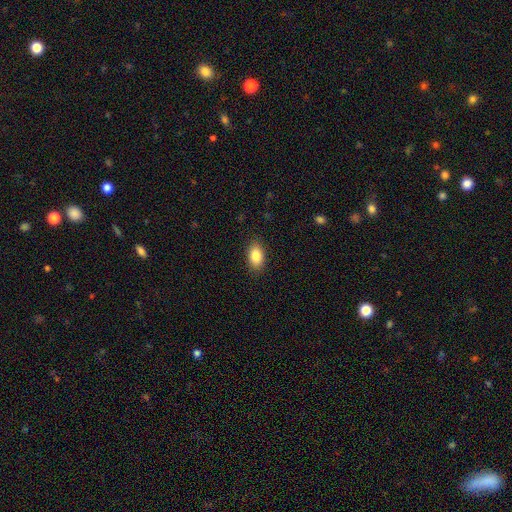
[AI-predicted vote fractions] Smooth or featured? smooth (87%)
How rounded? in between (90%)
Merging? none (87%)